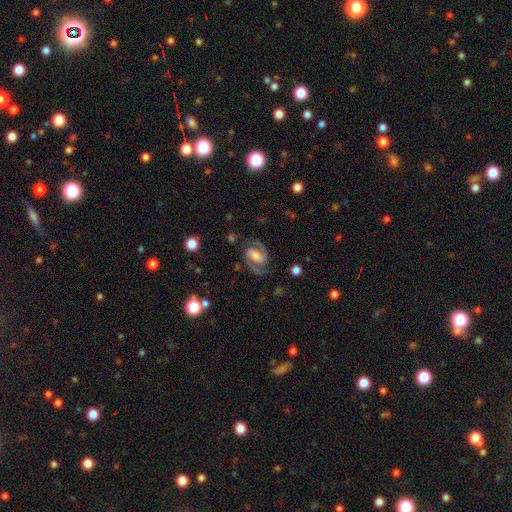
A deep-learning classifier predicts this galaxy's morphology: type=featured or disk (83%); edge-on=no (98%); bar=weak (45%); spiral arms=yes (96%); winding=medium (58%); arm count=2 (92%); bulge=moderate (43%); merging=none (76%).